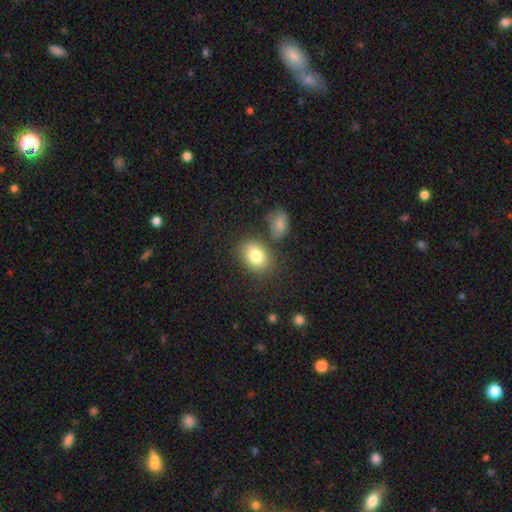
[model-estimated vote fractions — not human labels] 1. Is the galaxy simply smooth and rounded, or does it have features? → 81% smooth, 10% featured or disk, 9% star or artifact.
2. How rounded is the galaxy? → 67% in between, 32% round, 1% cigar-shaped.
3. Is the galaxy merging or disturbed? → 74% none, 12% minor disturbance, 10% merger, 4% major disturbance.